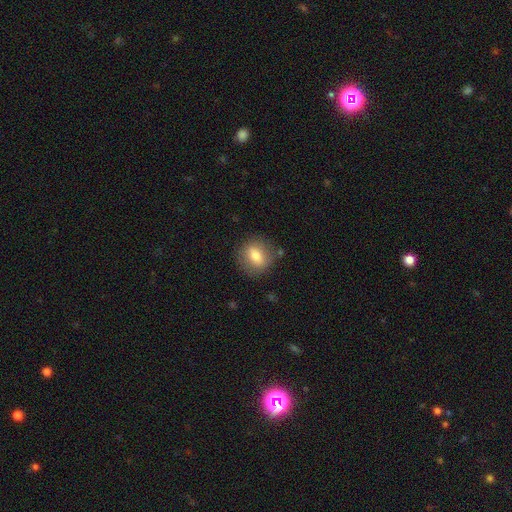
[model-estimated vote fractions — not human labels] smooth_or_featured: smooth (p=0.73) [alt: featured or disk p=0.19]
how_rounded: round (p=0.67) [alt: in between p=0.31]
merging: none (p=0.82) [alt: minor disturbance p=0.12]